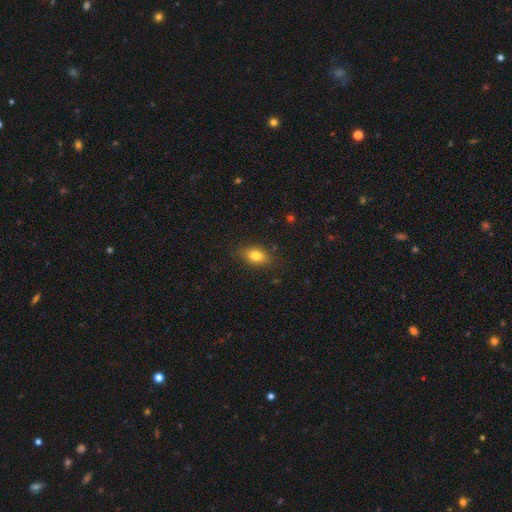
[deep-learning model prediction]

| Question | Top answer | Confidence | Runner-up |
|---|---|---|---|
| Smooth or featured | smooth | 81% | featured or disk (10%) |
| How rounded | in between | 85% | round (11%) |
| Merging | none | 85% | minor disturbance (11%) |